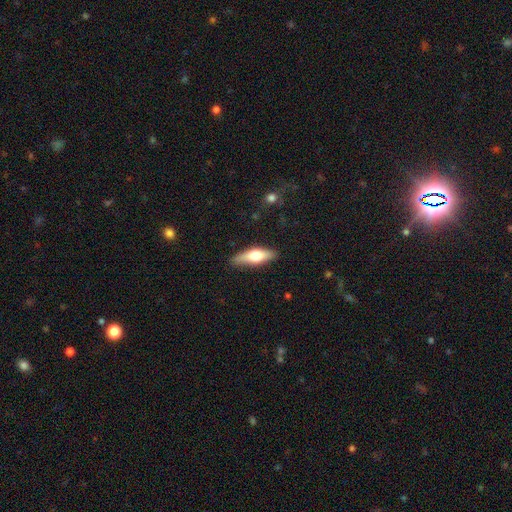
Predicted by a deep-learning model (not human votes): The model was most divided on "how rounded": in between: 50%, cigar-shaped: 47%, round: 3%. More confident: merging — none (85%); smooth or featured — smooth (52%).